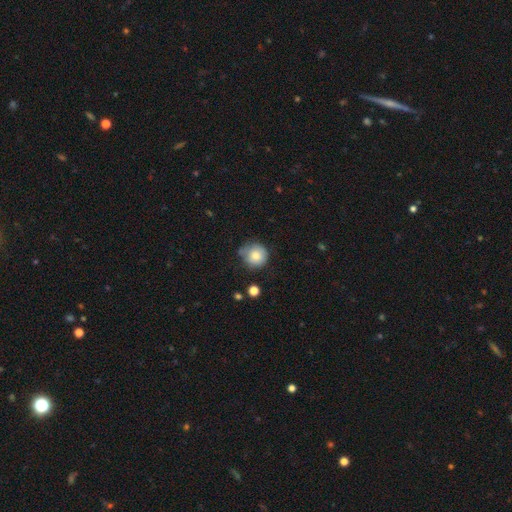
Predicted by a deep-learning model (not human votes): Smooth or featured?
  - smooth: 80% *
  - featured or disk: 11%
  - star or artifact: 9%
How rounded?
  - round: 91% *
  - in between: 8%
  - cigar-shaped: 1%
Merging?
  - none: 62% *
  - minor disturbance: 27%
  - major disturbance: 6%
  - merger: 5%